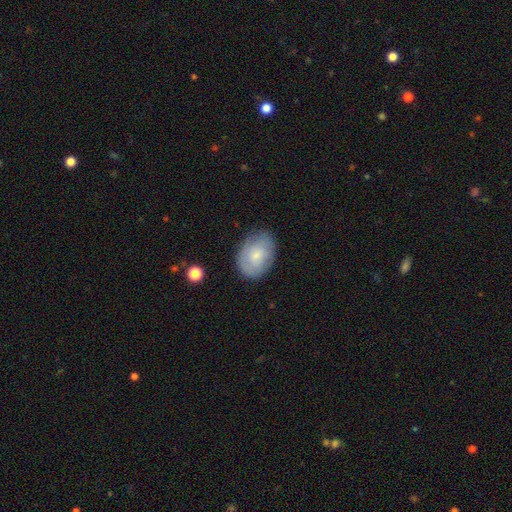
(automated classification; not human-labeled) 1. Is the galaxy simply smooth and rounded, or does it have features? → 70% smooth, 23% featured or disk, 7% star or artifact.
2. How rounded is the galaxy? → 79% in between, 20% round, 1% cigar-shaped.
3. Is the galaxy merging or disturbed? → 78% none, 17% minor disturbance, 4% major disturbance, 1% merger.